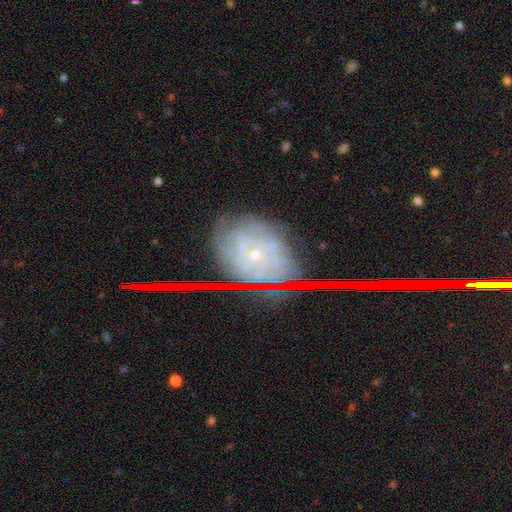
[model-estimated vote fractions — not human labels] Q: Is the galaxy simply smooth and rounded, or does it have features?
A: featured or disk — 73%.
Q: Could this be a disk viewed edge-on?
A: no — 95%.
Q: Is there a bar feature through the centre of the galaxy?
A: no — 77%.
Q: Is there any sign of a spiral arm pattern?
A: yes — 92%.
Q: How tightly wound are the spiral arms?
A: tight — 74%.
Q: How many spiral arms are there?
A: can't tell — 42%.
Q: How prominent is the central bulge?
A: small — 83%.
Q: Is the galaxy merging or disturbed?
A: none — 73%.